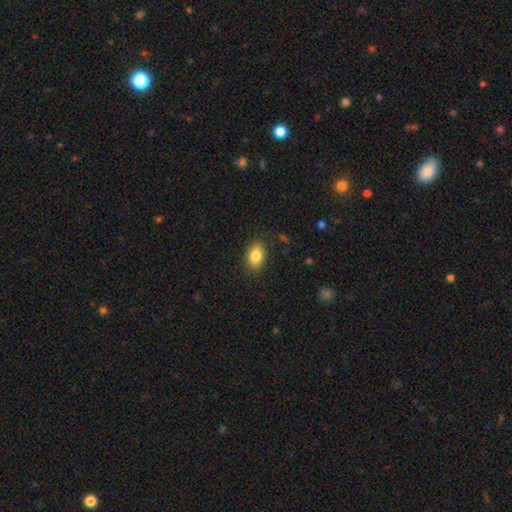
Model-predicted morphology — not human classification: Smooth or featured? smooth (85%)
How rounded? in between (85%)
Merging? none (86%)